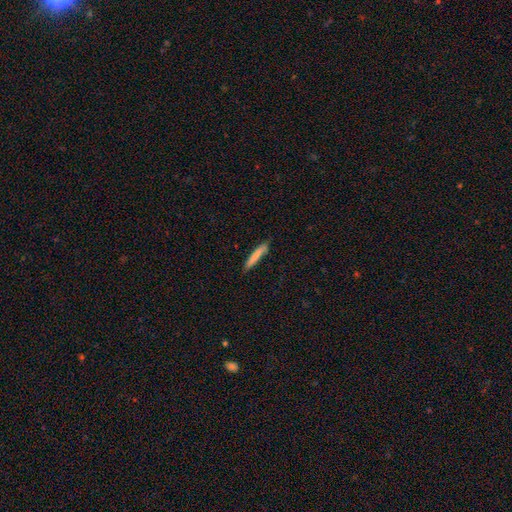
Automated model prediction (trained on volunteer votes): A smooth galaxy with no disk features (79%) that is cigar-shaped (94%).

Vote fractions:
- Smooth or featured? smooth: 79% / featured or disk: 15% / star or artifact: 6%
- How rounded? cigar-shaped: 94% / in between: 5% / round: 1%
- Merging? none: 82% / minor disturbance: 14% / major disturbance: 2% / merger: 2%